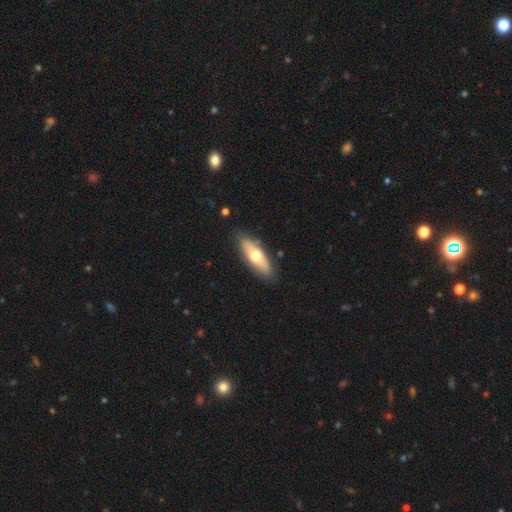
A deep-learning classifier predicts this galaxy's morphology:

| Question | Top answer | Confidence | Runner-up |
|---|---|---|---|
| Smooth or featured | smooth | 55% | featured or disk (39%) |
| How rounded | in between | 61% | cigar-shaped (36%) |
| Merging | none | 83% | minor disturbance (13%) |